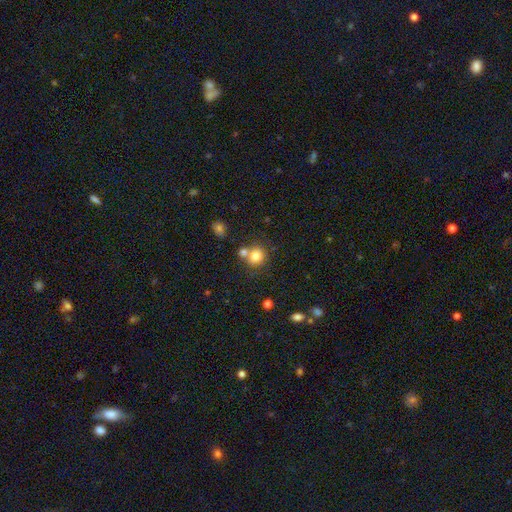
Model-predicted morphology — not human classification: smooth-or-featured: smooth: 80% | star or artifact: 11% | featured or disk: 9%
  how-rounded: round: 81% | in between: 18% | cigar-shaped: 1%
  merging: none: 56% | merger: 30% | minor disturbance: 10% | major disturbance: 4%